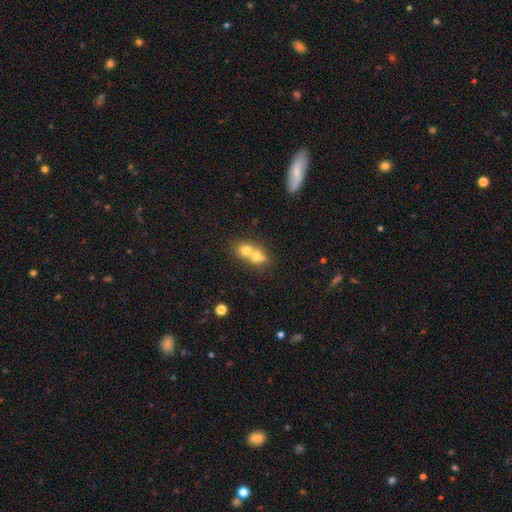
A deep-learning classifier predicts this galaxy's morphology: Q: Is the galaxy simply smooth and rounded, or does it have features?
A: smooth — 67%.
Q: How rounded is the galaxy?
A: round — 58%.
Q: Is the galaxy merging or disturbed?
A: merger — 69%.